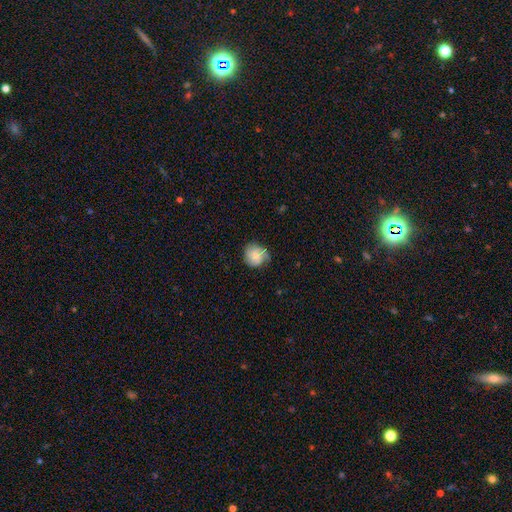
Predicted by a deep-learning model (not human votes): smooth 49%, featured or disk 43%, star or artifact 8%. Down the decision tree: merging — none (64%).